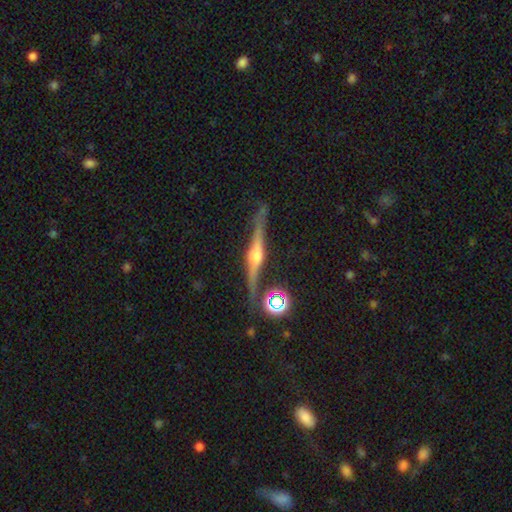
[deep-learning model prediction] A featured or disk galaxy (84%) viewed edge-on (97%) with a rounded central bulge (92%).

Vote fractions:
- Smooth or featured? featured or disk: 84% / smooth: 9% / star or artifact: 8%
- Edge-on disk? yes: 97% / no: 3%
- Edge-on bulge? rounded: 92% / boxy: 5% / none: 3%
- Merging? none: 84% / minor disturbance: 10% / merger: 3% / major disturbance: 3%